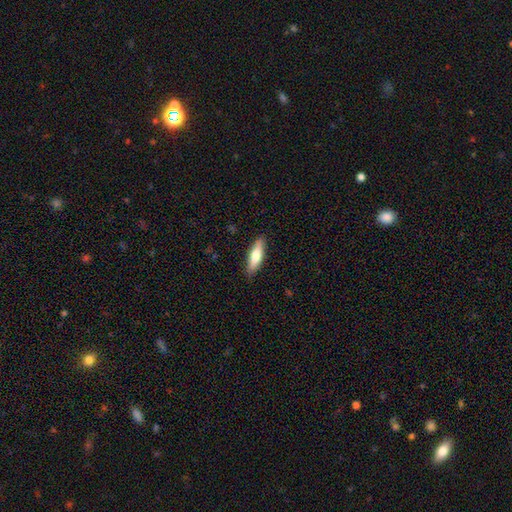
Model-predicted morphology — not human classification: Smooth or featured?
  - smooth: 69% *
  - featured or disk: 26%
  - star or artifact: 5%
How rounded?
  - cigar-shaped: 61% *
  - in between: 38%
  - round: 2%
Merging?
  - none: 89% *
  - minor disturbance: 8%
  - major disturbance: 2%
  - merger: 1%